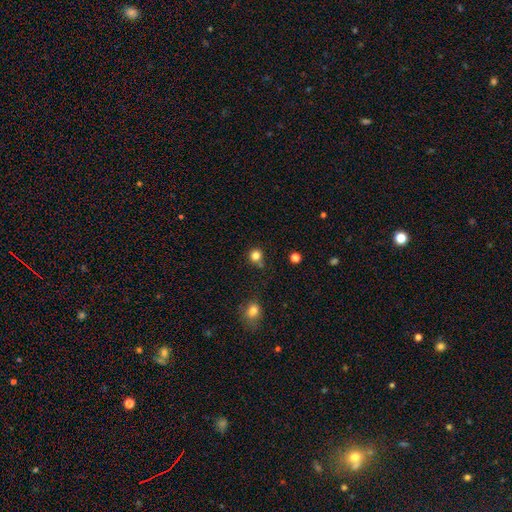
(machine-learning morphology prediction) smooth-or-featured: smooth: 82% | star or artifact: 13% | featured or disk: 5%
  how-rounded: round: 91% | in between: 8% | cigar-shaped: 1%
  merging: none: 74% | minor disturbance: 12% | merger: 11% | major disturbance: 3%